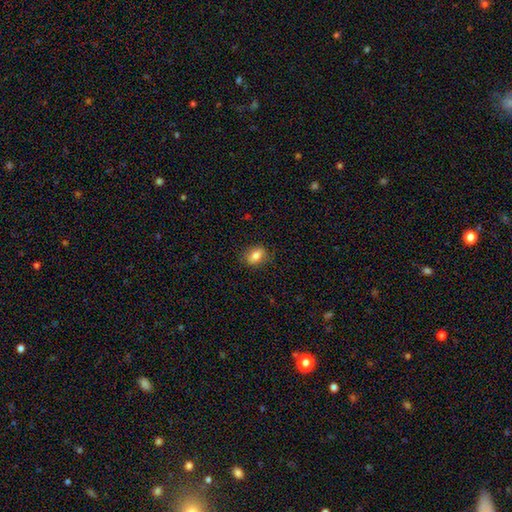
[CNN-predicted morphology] type=smooth (81%); roundness=in between (80%); merging=none (82%).